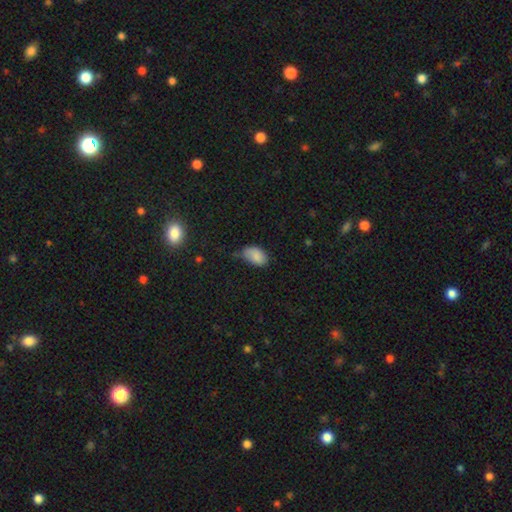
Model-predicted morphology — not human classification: smooth 84%, star or artifact 9%, featured or disk 7%. Down the decision tree: how rounded — in between (90%); merging — none (49%).